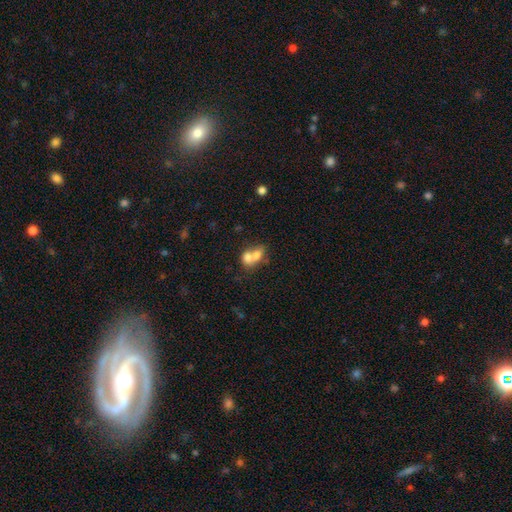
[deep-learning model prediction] Q: Smooth or featured?
A: smooth (70%); runner-up: featured or disk (21%)
Q: How rounded?
A: in between (59%); runner-up: round (40%)
Q: Merging?
A: merger (72%); runner-up: none (18%)